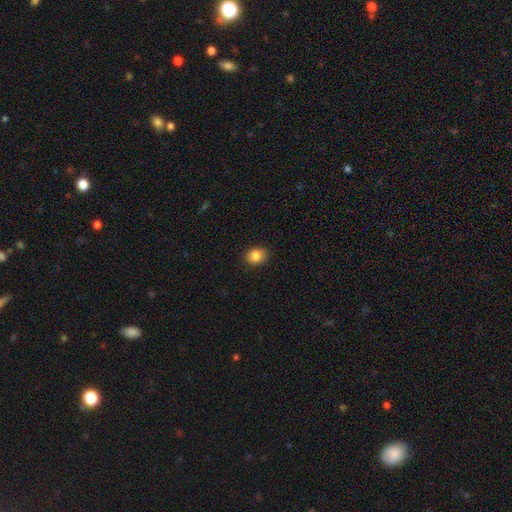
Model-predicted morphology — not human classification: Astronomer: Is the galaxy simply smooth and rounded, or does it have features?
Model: smooth — 85%.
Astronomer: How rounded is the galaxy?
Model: in between — 52% (runner-up: round, 47%).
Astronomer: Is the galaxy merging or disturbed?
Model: none — 88%.